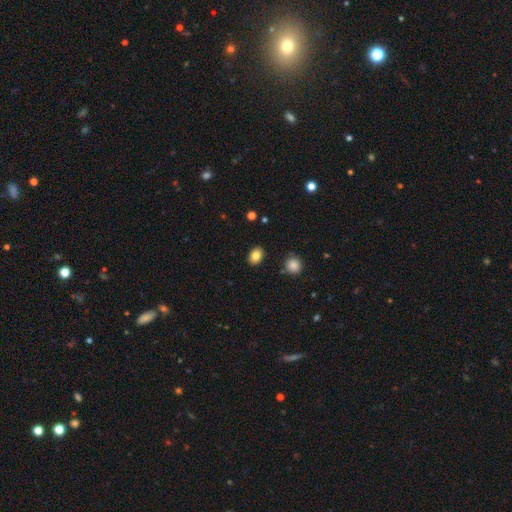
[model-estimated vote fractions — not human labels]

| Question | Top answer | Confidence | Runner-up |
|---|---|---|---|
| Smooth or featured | smooth | 84% | star or artifact (9%) |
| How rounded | in between | 72% | round (27%) |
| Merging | none | 88% | minor disturbance (8%) |